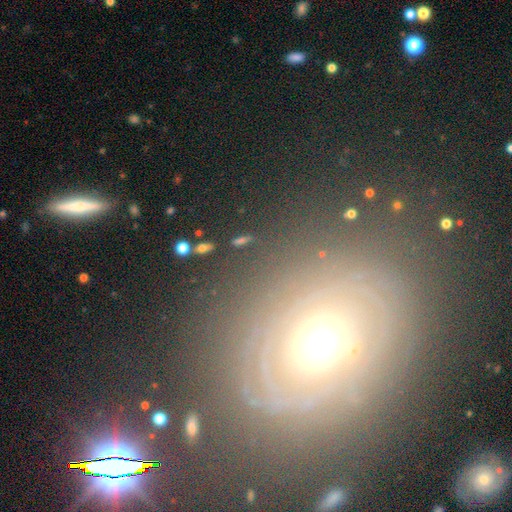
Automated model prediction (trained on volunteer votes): A featured or disk galaxy (65%) with no bar (82%), spiral arms (70%) and a moderate central bulge (65%). Merging: none (79%).